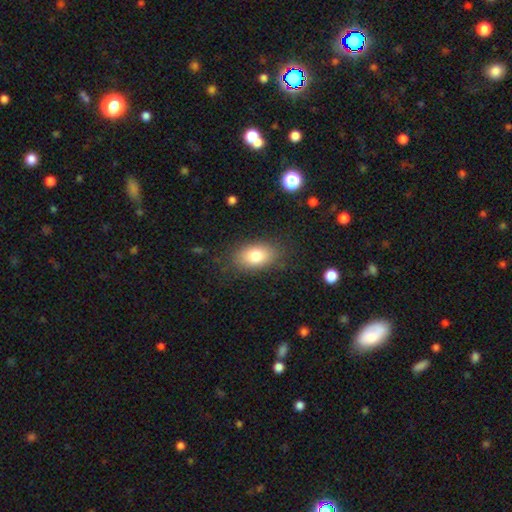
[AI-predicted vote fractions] This appears to be a smooth galaxy with no disk features (79%) that is in between round and cigar-shaped (87%). Merging: none (82%).